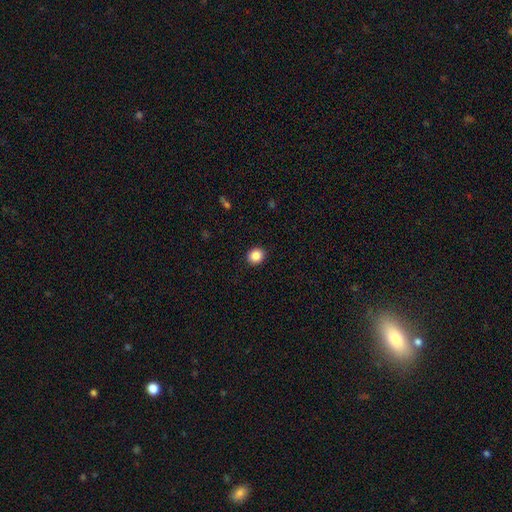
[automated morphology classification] A smooth galaxy with no disk features (88%) that is round (76%). Merging: none (91%).